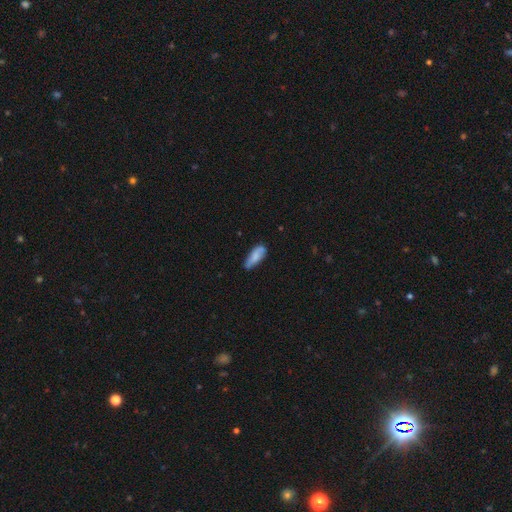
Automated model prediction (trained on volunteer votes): smooth 71%, featured or disk 22%, star or artifact 7%. Down the decision tree: how rounded — in between (72%); merging — none (61%).